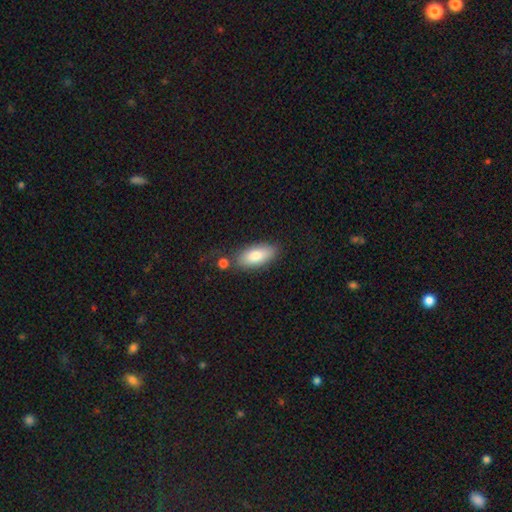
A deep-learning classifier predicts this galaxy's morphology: smooth 80%, featured or disk 14%, star or artifact 6%. Down the decision tree: how rounded — in between (87%); merging — none (72%).